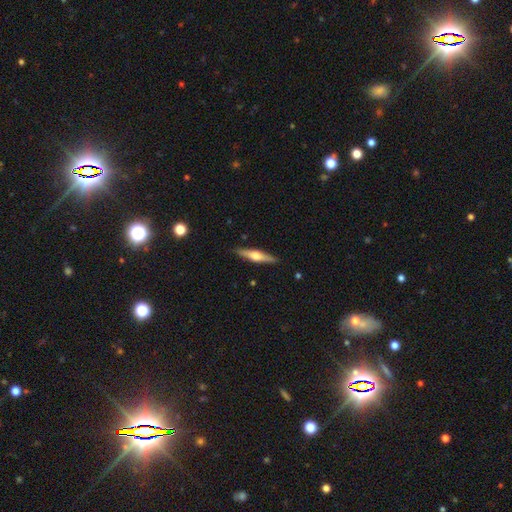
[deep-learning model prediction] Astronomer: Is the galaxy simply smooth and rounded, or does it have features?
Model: featured or disk — 62%.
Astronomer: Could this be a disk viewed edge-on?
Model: yes — 97%.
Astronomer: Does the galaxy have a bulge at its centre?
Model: rounded — 91%.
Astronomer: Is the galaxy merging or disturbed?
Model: none — 90%.